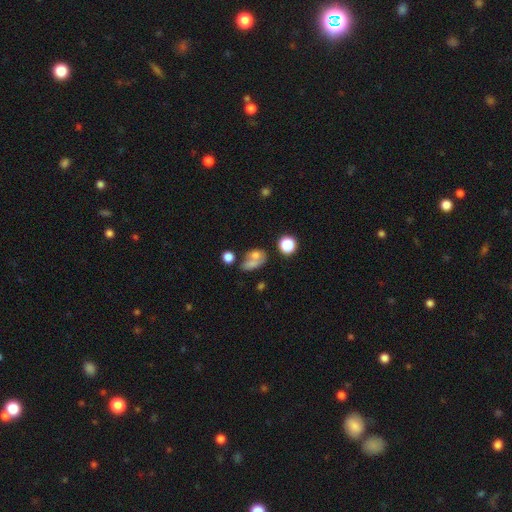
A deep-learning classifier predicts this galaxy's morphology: A smooth galaxy with no disk features (68%) that is in between round and cigar-shaped (61%).

Vote fractions:
- Smooth or featured? smooth: 68% / featured or disk: 18% / star or artifact: 14%
- How rounded? in between: 61% / round: 36% / cigar-shaped: 3%
- Merging? merger: 43% / none: 30% / minor disturbance: 14% / major disturbance: 13%